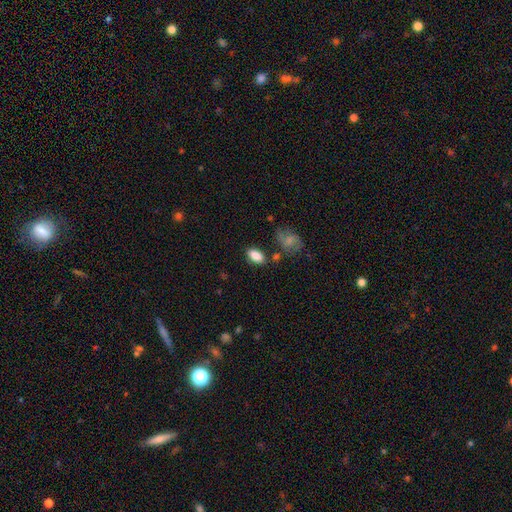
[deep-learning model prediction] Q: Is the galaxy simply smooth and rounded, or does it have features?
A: smooth — 85%.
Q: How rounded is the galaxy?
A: in between — 90%.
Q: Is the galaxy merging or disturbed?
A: none — 75%.